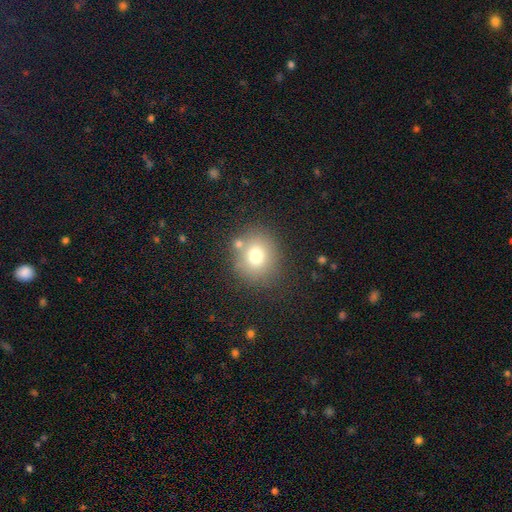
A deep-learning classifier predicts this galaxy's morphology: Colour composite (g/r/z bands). It shows a smooth galaxy with no disk features (73%) that is round (78%). Merging: none (74%).